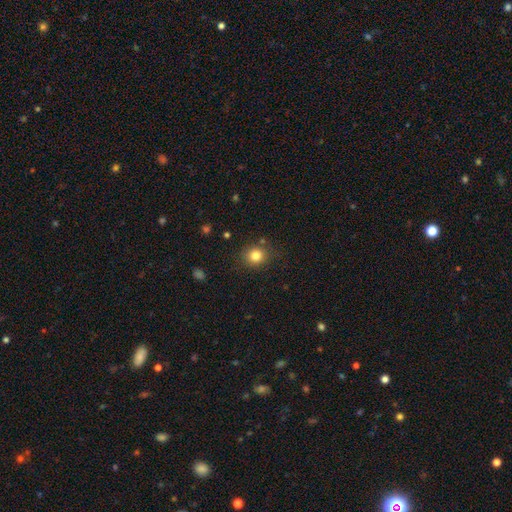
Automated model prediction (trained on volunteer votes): smooth_or_featured: smooth (p=0.82) [alt: star or artifact p=0.12]
how_rounded: round (p=0.80) [alt: in between p=0.19]
merging: none (p=0.82) [alt: minor disturbance p=0.12]